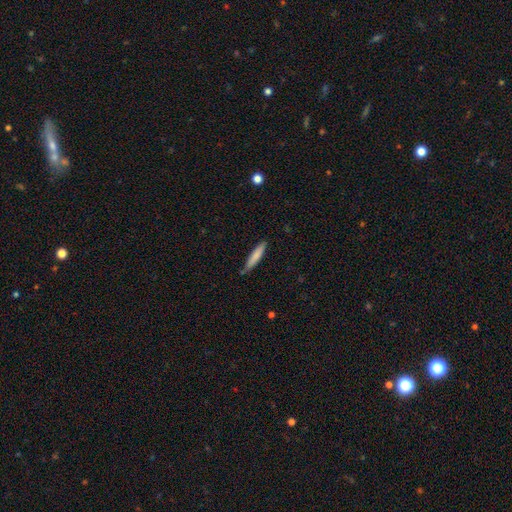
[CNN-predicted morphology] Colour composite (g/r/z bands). It shows a smooth galaxy with no disk features (79%) that is cigar-shaped (88%). Merging: none (77%).